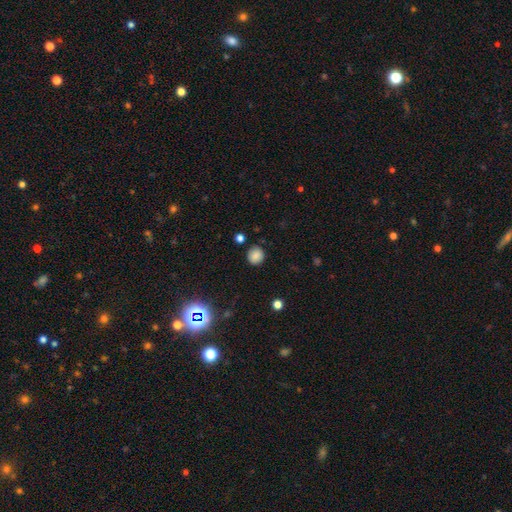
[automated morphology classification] Overall: smooth (83%). How rounded: round (87%). Merging: none (87%).